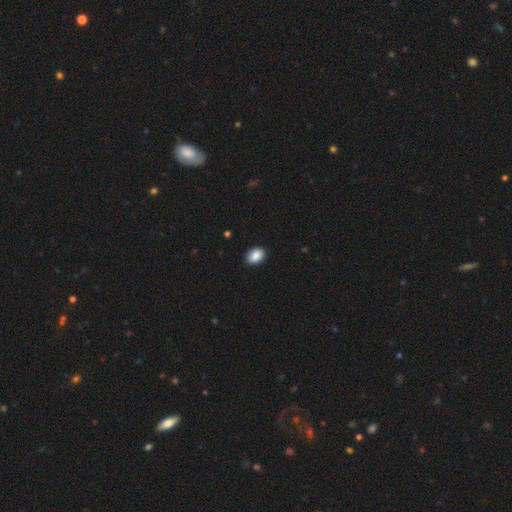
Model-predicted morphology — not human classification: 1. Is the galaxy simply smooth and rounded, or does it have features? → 89% smooth, 7% star or artifact, 4% featured or disk.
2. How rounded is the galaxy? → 80% in between, 19% round, 1% cigar-shaped.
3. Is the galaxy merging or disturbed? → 89% none, 8% minor disturbance, 2% major disturbance, 1% merger.